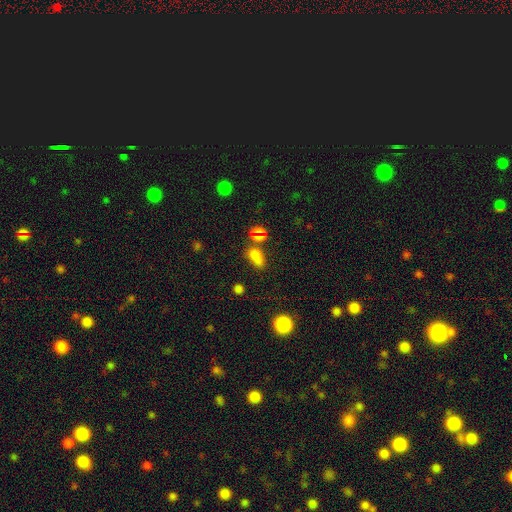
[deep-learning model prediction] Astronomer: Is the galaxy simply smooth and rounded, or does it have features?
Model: smooth — 67%.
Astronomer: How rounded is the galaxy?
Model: in between — 68%.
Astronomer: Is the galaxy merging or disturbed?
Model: none — 49%.